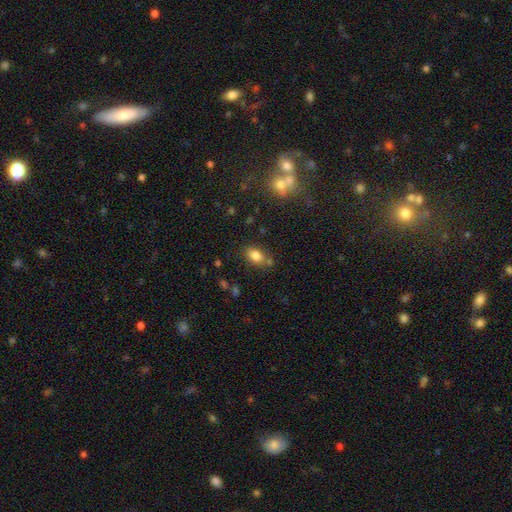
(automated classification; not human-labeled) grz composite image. It shows a smooth galaxy with no disk features (82%) that is in between round and cigar-shaped (85%). Merging: none (71%).